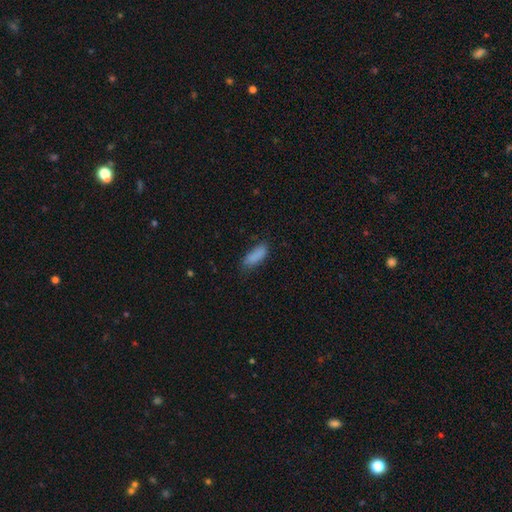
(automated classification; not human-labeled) Overall: smooth (85%). How rounded: in between (72%). Merging: none (66%; minor disturbance 26%).